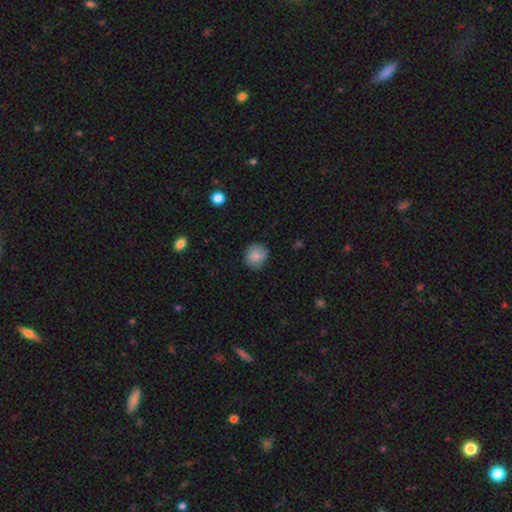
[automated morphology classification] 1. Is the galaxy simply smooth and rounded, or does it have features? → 85% smooth, 8% star or artifact, 7% featured or disk.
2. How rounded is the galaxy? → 84% round, 15% in between, 1% cigar-shaped.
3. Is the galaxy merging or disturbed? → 81% none, 15% minor disturbance, 3% major disturbance, 1% merger.